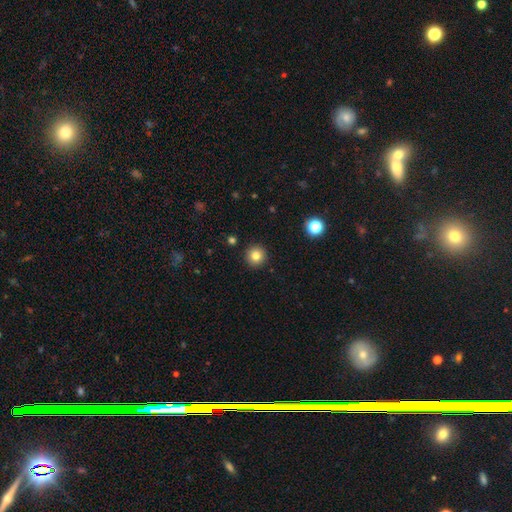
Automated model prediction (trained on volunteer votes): Smooth or featured? Predicted: smooth (p=0.81). How rounded? Predicted: round (p=0.95). Merging? Predicted: none (p=0.92).